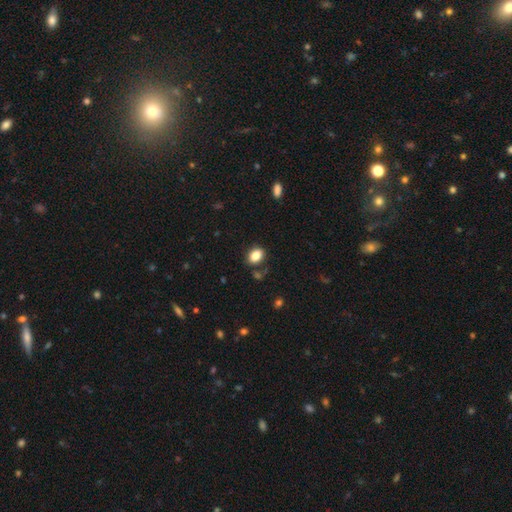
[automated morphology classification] This appears to be a smooth galaxy with no disk features (85%) that is in between round and cigar-shaped (74%). Merging: none (82%).